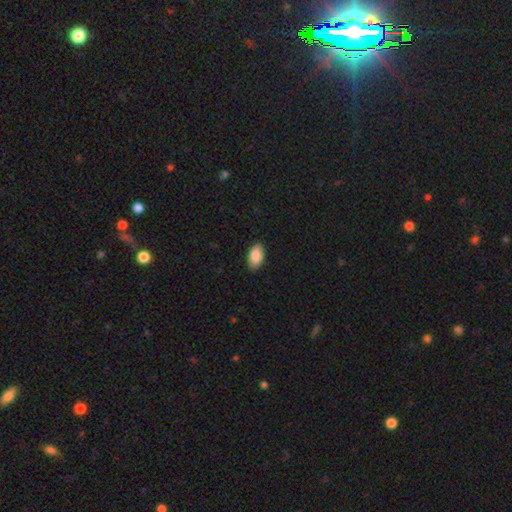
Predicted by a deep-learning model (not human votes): Q: Smooth or featured?
A: smooth (88%); runner-up: star or artifact (6%)
Q: How rounded?
A: in between (94%); runner-up: round (3%)
Q: Merging?
A: none (88%); runner-up: minor disturbance (9%)